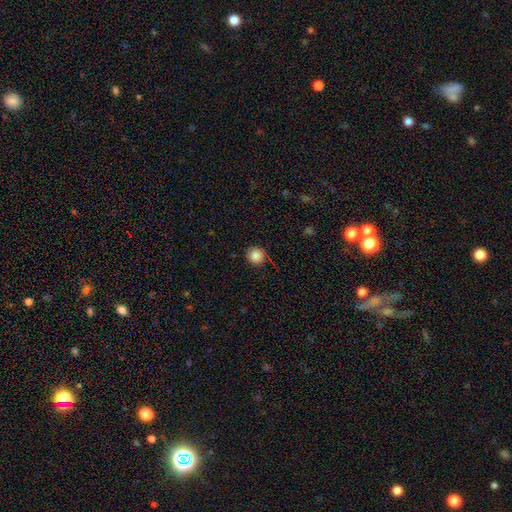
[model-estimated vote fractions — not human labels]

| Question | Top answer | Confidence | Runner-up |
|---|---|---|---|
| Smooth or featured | smooth | 86% | star or artifact (10%) |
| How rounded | round | 92% | in between (7%) |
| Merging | none | 83% | minor disturbance (13%) |